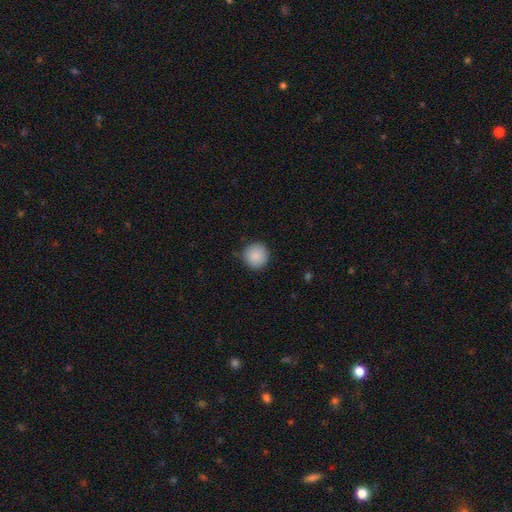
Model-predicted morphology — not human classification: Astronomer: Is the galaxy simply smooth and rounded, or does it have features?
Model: smooth — 88%.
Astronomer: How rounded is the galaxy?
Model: round — 94%.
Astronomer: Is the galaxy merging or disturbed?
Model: none — 83%.